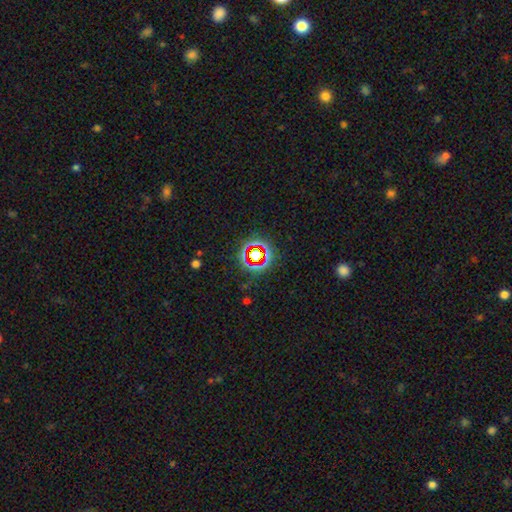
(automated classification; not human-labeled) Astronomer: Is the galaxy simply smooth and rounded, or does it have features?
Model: star or artifact — 70%.